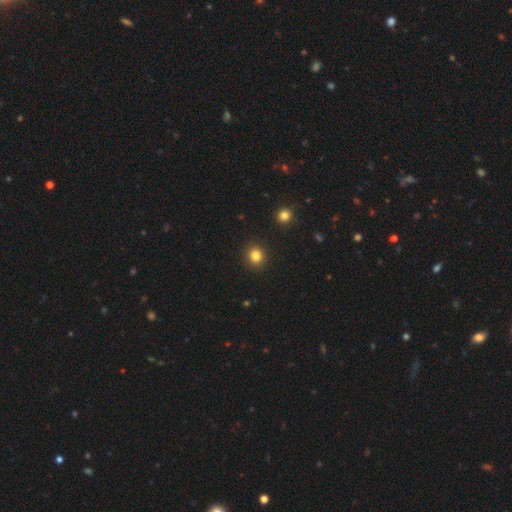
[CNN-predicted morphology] A smooth galaxy with no disk features (83%) that is round (83%). Merging: none (91%).